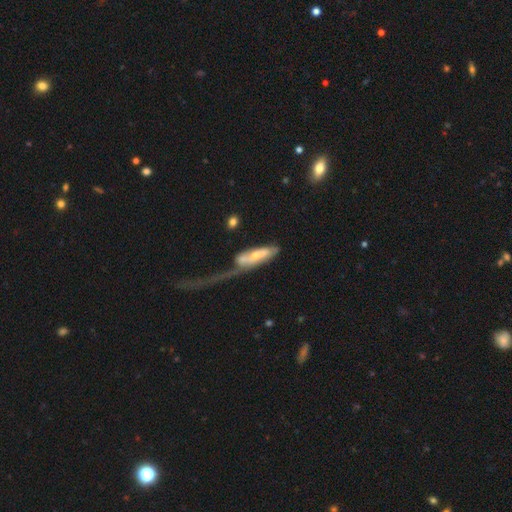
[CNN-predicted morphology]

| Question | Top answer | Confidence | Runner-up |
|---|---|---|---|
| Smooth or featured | featured or disk | 49% | smooth (46%) |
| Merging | major disturbance | 50% | merger (19%) |